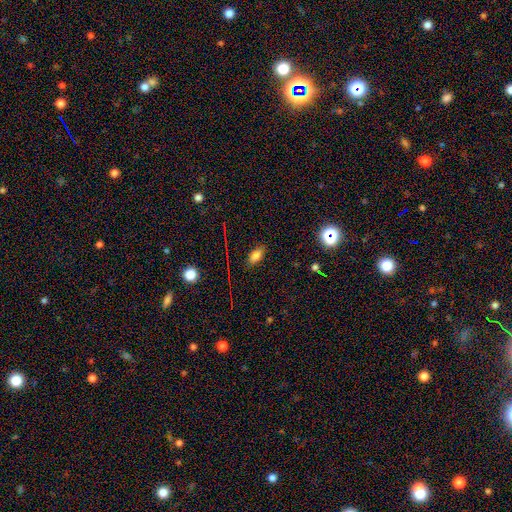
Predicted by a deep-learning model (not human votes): smooth-or-featured: smooth: 77% | star or artifact: 14% | featured or disk: 10%
  how-rounded: in between: 87% | cigar-shaped: 8% | round: 5%
  merging: none: 85% | minor disturbance: 11% | major disturbance: 3% | merger: 1%